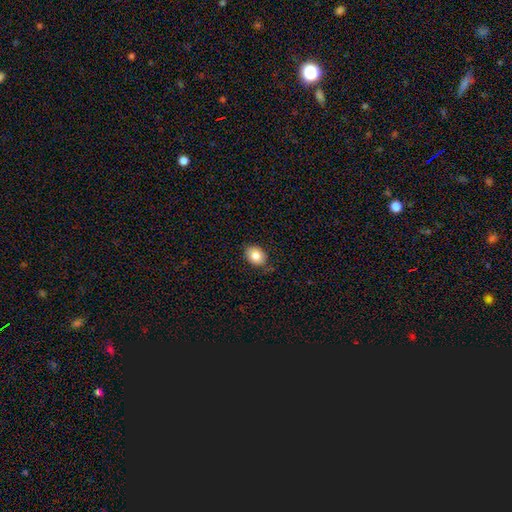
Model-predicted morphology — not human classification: smooth_or_featured: smooth (p=0.82) [alt: featured or disk p=0.09]
how_rounded: in between (p=0.61) [alt: round p=0.38]
merging: none (p=0.80) [alt: minor disturbance p=0.16]